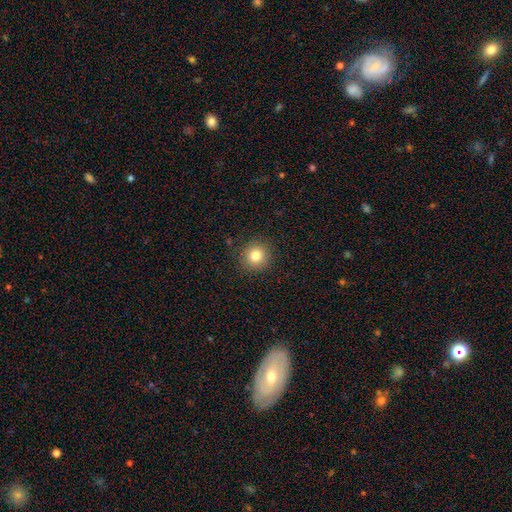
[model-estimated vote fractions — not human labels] A smooth galaxy with no disk features (81%) that is round (92%). Merging: none (89%).